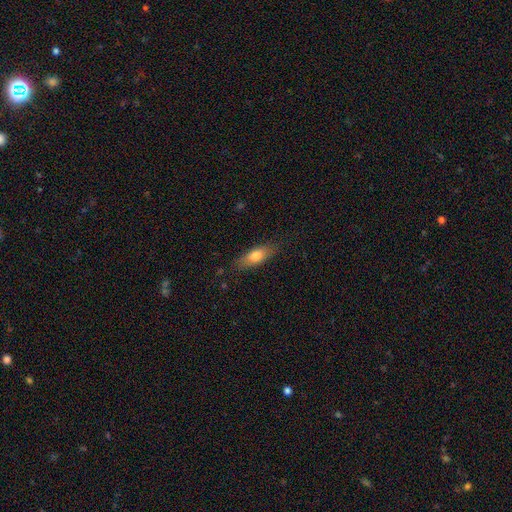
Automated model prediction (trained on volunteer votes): The model was most divided on "how rounded": in between: 69%, cigar-shaped: 28%, round: 3%. More confident: merging — none (82%); smooth or featured — smooth (73%).